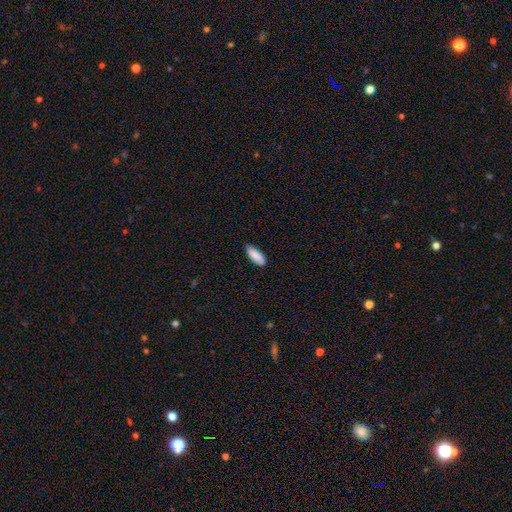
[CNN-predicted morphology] Q: Smooth or featured?
A: smooth (88%); runner-up: star or artifact (6%)
Q: How rounded?
A: in between (69%); runner-up: cigar-shaped (30%)
Q: Merging?
A: none (85%); runner-up: minor disturbance (12%)